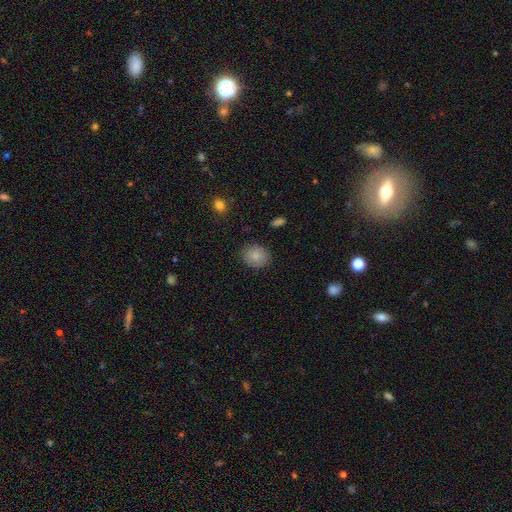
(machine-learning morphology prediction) smooth-or-featured: smooth: 84% | star or artifact: 8% | featured or disk: 8%
  how-rounded: round: 70% | in between: 29% | cigar-shaped: 1%
  merging: none: 87% | minor disturbance: 9% | major disturbance: 2% | merger: 1%